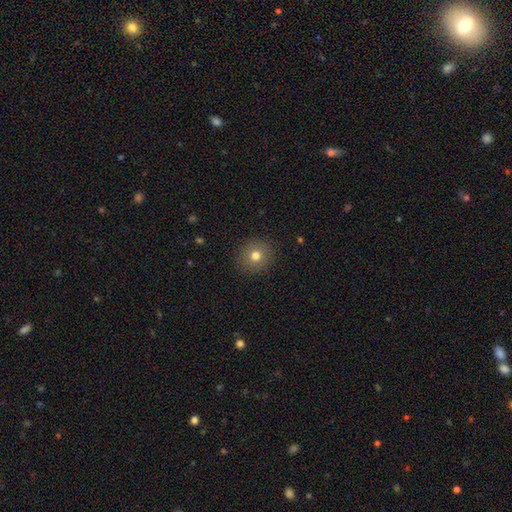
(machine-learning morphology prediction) A smooth galaxy with no disk features (77%) that is round (90%).

Vote fractions:
- Smooth or featured? smooth: 77% / star or artifact: 12% / featured or disk: 11%
- How rounded? round: 90% / in between: 9% / cigar-shaped: 1%
- Merging? none: 91% / minor disturbance: 6% / major disturbance: 2% / merger: 1%